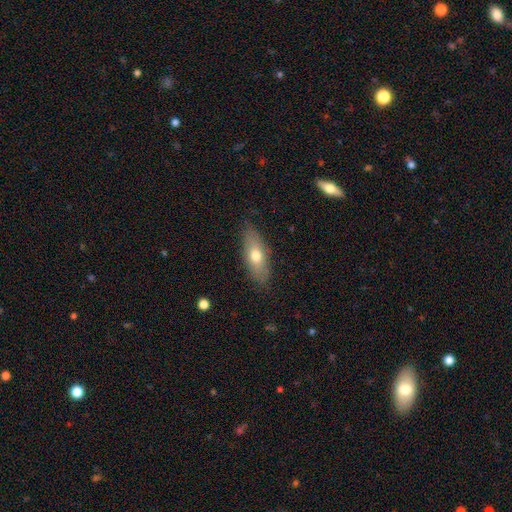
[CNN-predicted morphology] A smooth galaxy with no disk features (66%) that is in between round and cigar-shaped (71%). Merging: none (82%).